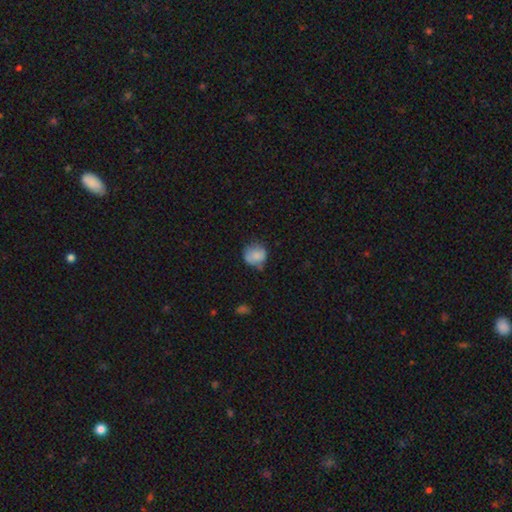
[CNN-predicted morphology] Smooth or featured? Predicted: smooth (p=0.79). How rounded? Predicted: round (p=0.79). Merging? Predicted: none (p=0.55).